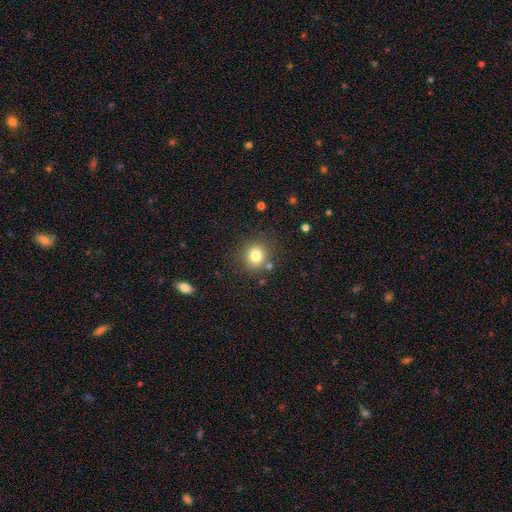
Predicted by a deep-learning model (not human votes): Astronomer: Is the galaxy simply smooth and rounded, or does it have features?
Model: smooth — 79%.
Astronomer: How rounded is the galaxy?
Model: round — 86%.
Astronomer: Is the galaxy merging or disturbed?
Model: none — 82%.